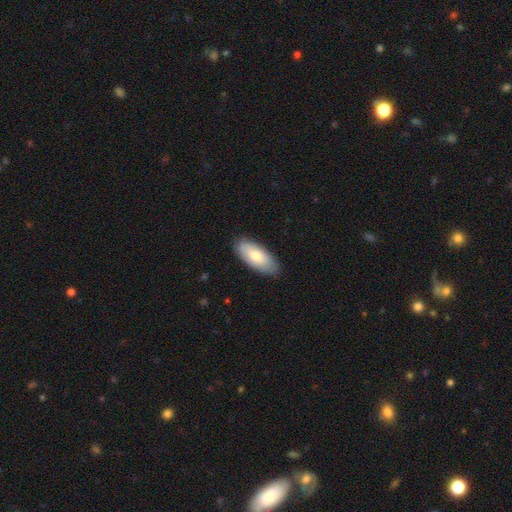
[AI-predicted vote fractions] A smooth galaxy with no disk features (73%) that is in between round and cigar-shaped (88%).

Vote fractions:
- Smooth or featured? smooth: 73% / featured or disk: 22% / star or artifact: 5%
- How rounded? in between: 88% / cigar-shaped: 10% / round: 2%
- Merging? none: 84% / minor disturbance: 12% / major disturbance: 2% / merger: 1%